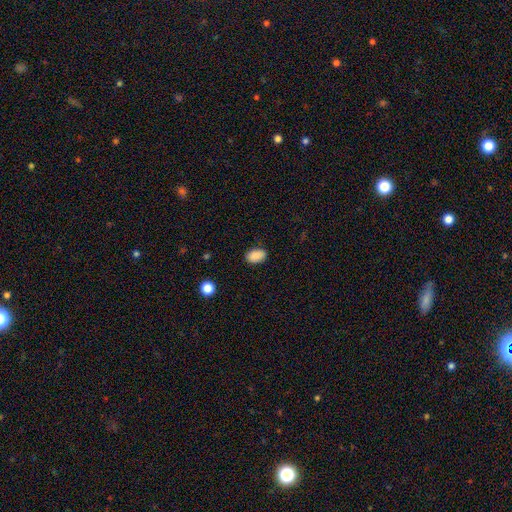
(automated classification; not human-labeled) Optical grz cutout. It shows a smooth galaxy with no disk features (88%) that is in between round and cigar-shaped (88%). Merging: none (85%).